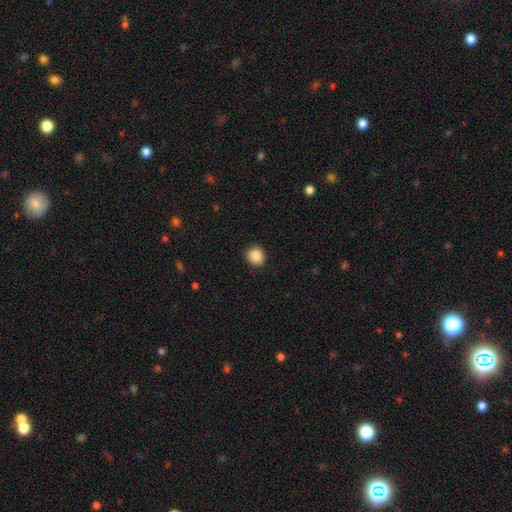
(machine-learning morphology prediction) type=smooth (88%); roundness=round (83%); merging=none (88%).